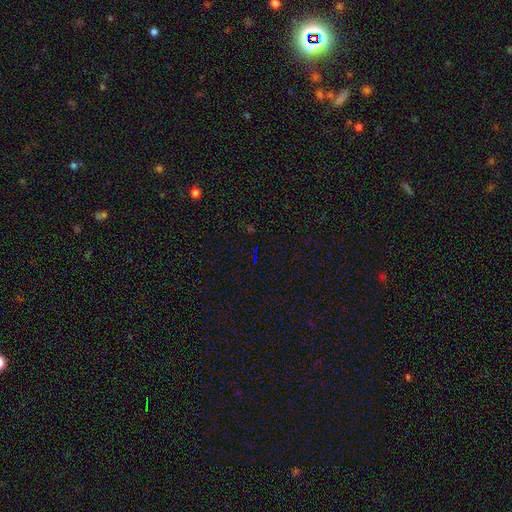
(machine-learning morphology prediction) smooth_or_featured: star or artifact (p=0.74) [alt: smooth p=0.16]